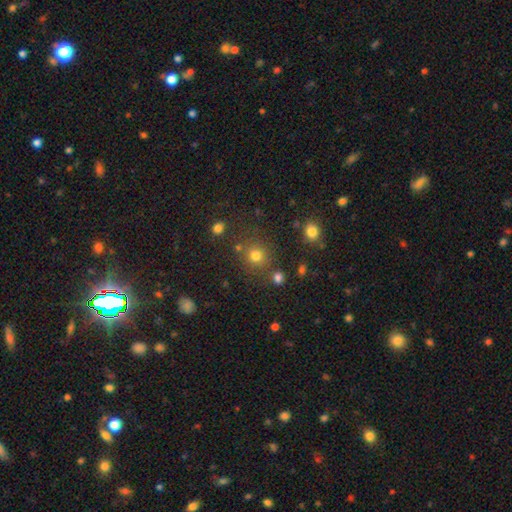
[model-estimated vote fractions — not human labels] Smooth or featured?
  - smooth: 77% *
  - star or artifact: 17%
  - featured or disk: 7%
How rounded?
  - round: 89% *
  - in between: 10%
  - cigar-shaped: 1%
Merging?
  - none: 78% *
  - minor disturbance: 9%
  - merger: 8%
  - major disturbance: 4%